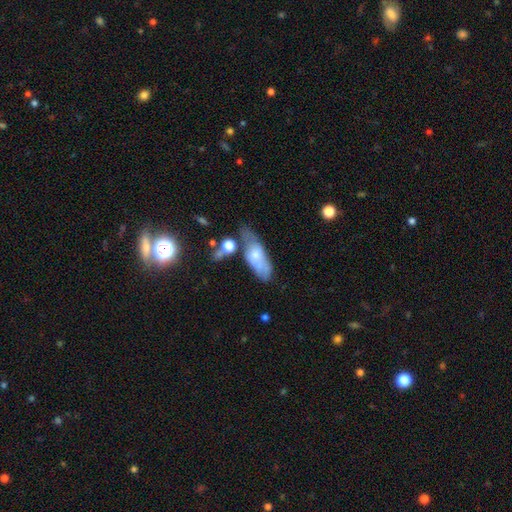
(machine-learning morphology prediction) Smooth or featured?
  - smooth: 47% *
  - featured or disk: 43%
  - star or artifact: 10%
Merging?
  - none: 40% *
  - minor disturbance: 29%
  - major disturbance: 17%
  - merger: 14%